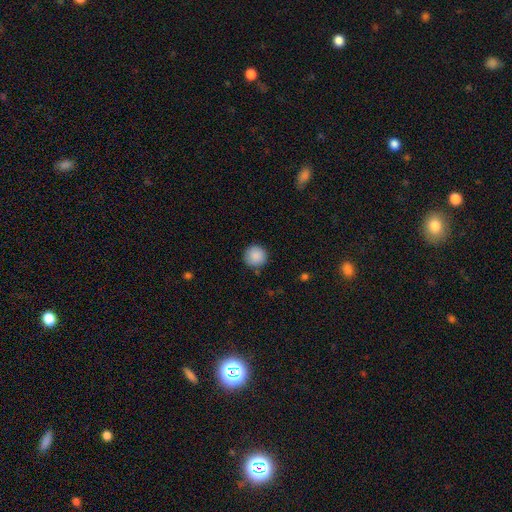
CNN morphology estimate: A smooth galaxy with no disk features (89%) that is round (95%).

Vote fractions:
- Smooth or featured? smooth: 89% / star or artifact: 8% / featured or disk: 3%
- How rounded? round: 95% / in between: 4% / cigar-shaped: 1%
- Merging? none: 89% / minor disturbance: 8% / major disturbance: 2% / merger: 1%